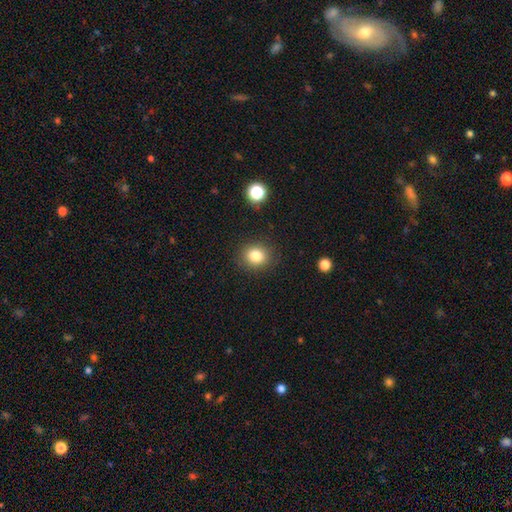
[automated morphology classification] Q: Smooth or featured?
A: smooth (82%); runner-up: star or artifact (12%)
Q: How rounded?
A: round (76%); runner-up: in between (24%)
Q: Merging?
A: none (87%); runner-up: minor disturbance (8%)